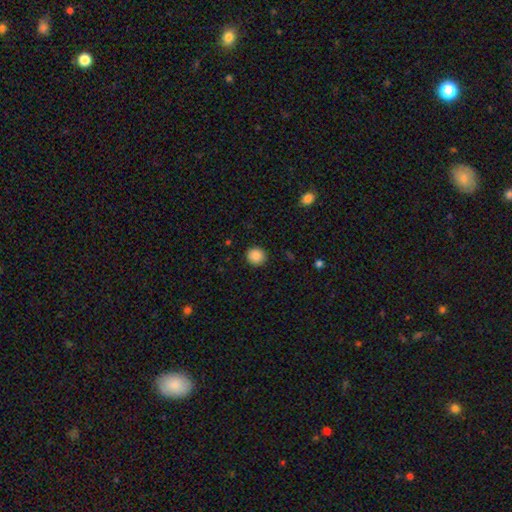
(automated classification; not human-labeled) Smooth or featured? Predicted: smooth (p=0.88). How rounded? Predicted: round (p=0.89). Merging? Predicted: none (p=0.91).